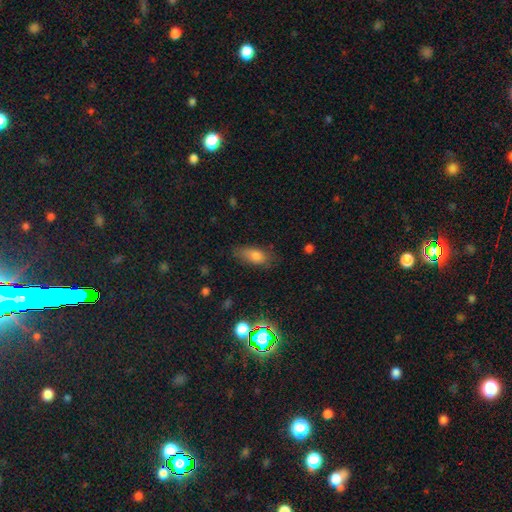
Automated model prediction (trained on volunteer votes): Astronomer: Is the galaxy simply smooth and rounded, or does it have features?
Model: smooth — 76%.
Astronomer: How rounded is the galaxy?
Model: in between — 82%.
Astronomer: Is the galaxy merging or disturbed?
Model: none — 69%.